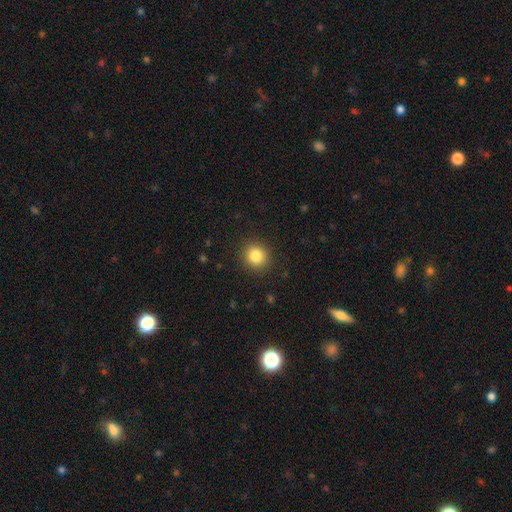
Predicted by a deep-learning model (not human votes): Smooth or featured: smooth — 84% (star or artifact — 11%)
How rounded: round — 88% (in between — 11%)
Merging: none — 90% (minor disturbance — 6%)